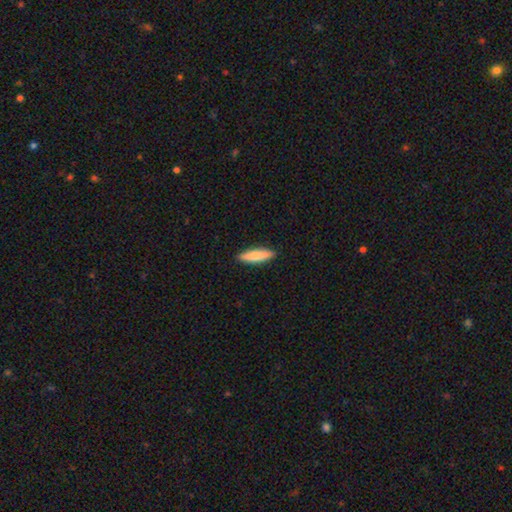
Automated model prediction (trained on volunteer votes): smooth-or-featured: smooth: 77% | featured or disk: 18% | star or artifact: 5%
  how-rounded: cigar-shaped: 72% | in between: 26% | round: 2%
  merging: none: 90% | minor disturbance: 7% | major disturbance: 1% | merger: 1%